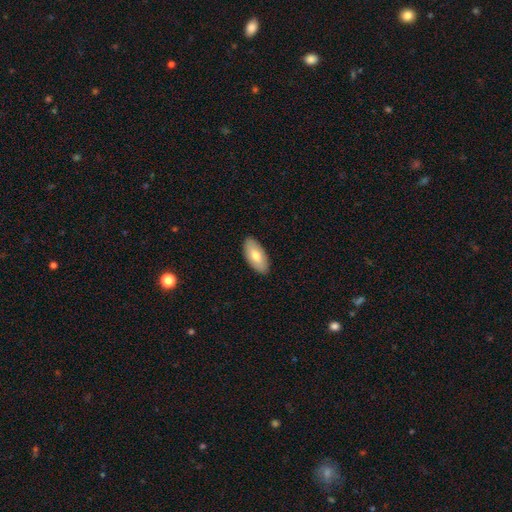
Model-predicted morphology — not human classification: This is likely a smooth galaxy (72%). How rounded: clearly in between (92%). Merging: clearly none (90%).